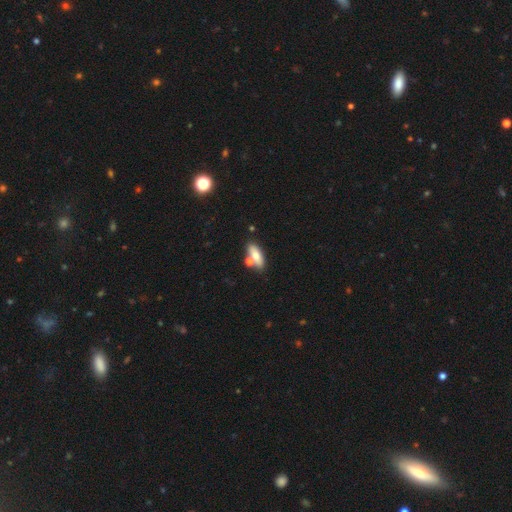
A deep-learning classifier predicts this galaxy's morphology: smooth 70%, featured or disk 23%, star or artifact 7%. Down the decision tree: how rounded — in between (66%); merging — none (61%).